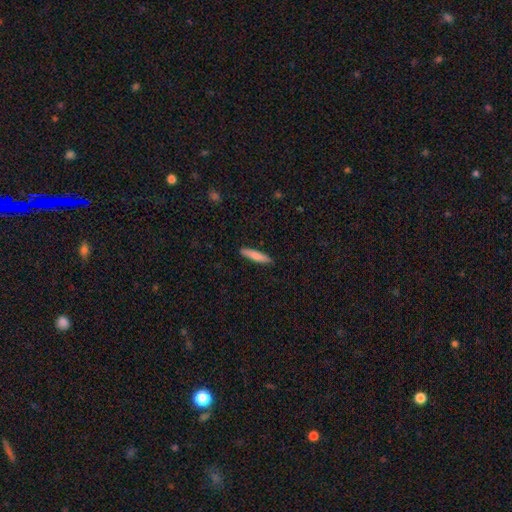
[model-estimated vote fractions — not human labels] smooth 80%, featured or disk 15%, star or artifact 5%. Down the decision tree: how rounded — cigar-shaped (86%); merging — none (90%).